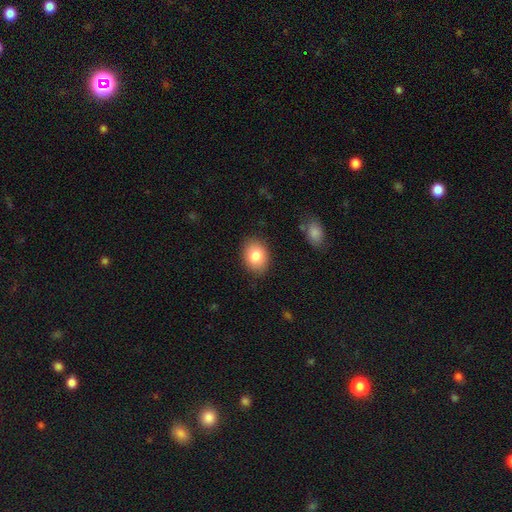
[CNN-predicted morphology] smooth 82%, featured or disk 10%, star or artifact 8%. Down the decision tree: how rounded — in between (69%); merging — none (86%).